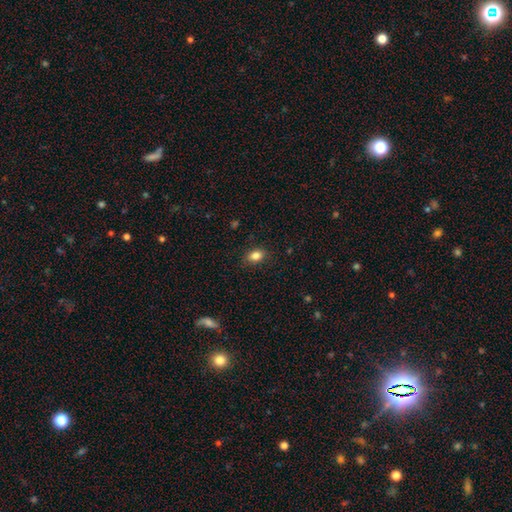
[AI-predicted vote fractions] Smooth or featured? Predicted: smooth (p=0.84). How rounded? Predicted: in between (p=0.78). Merging? Predicted: none (p=0.85).